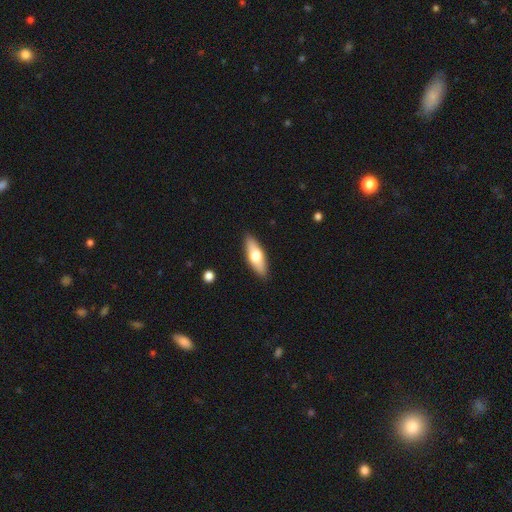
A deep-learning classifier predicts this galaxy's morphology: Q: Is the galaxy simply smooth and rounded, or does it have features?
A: smooth — 57%.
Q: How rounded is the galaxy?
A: in between — 62%.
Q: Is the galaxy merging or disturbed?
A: none — 89%.